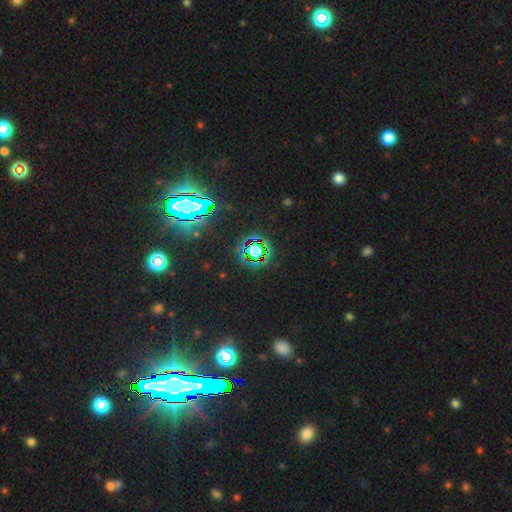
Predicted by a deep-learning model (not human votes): Q: Smooth or featured?
A: star or artifact (72%); runner-up: smooth (18%)